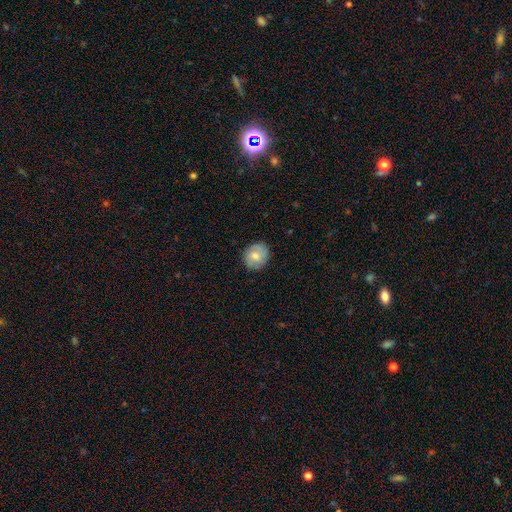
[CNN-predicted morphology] This appears to be a smooth galaxy with no disk features (71%) that is round (69%). Merging: none (83%).